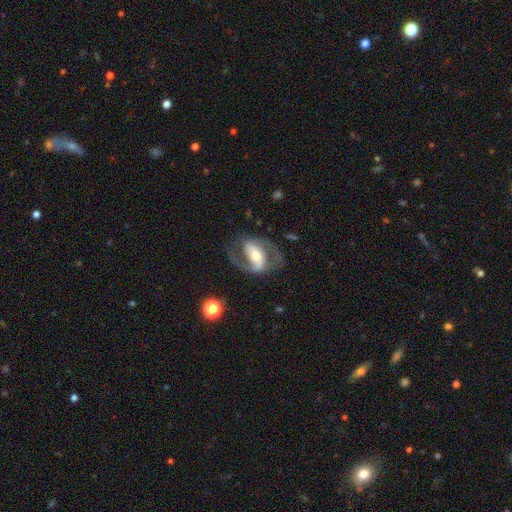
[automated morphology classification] featured or disk 85%, smooth 10%, star or artifact 5%. Down the decision tree: edge-on disk — no (96%); bar — strong (49%); spiral arms — yes (92%); spiral arm count — 2 (90%); spiral winding — medium (56%); bulge size — moderate (61%); merging — none (72%).